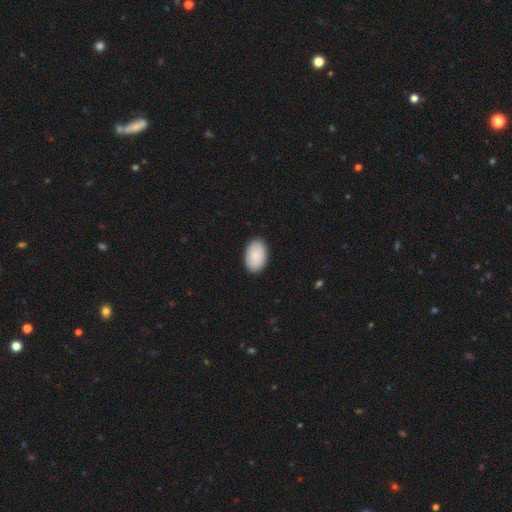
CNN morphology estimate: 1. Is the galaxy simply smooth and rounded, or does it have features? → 88% smooth, 7% featured or disk, 6% star or artifact.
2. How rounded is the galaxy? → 92% in between, 7% round, 1% cigar-shaped.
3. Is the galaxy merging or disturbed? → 89% none, 8% minor disturbance, 2% major disturbance, 1% merger.